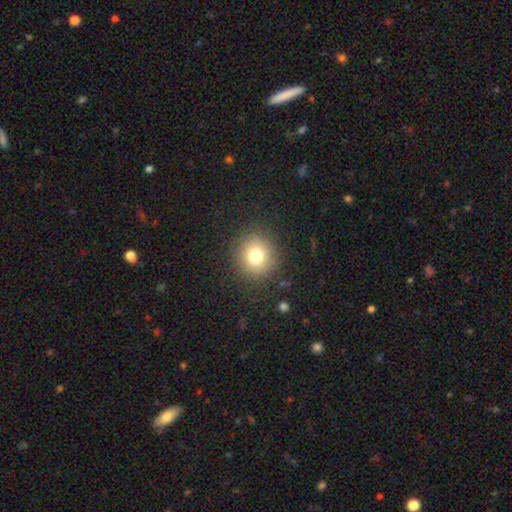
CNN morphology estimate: smooth 76%, star or artifact 13%, featured or disk 10%. Down the decision tree: how rounded — round (90%); merging — none (88%).